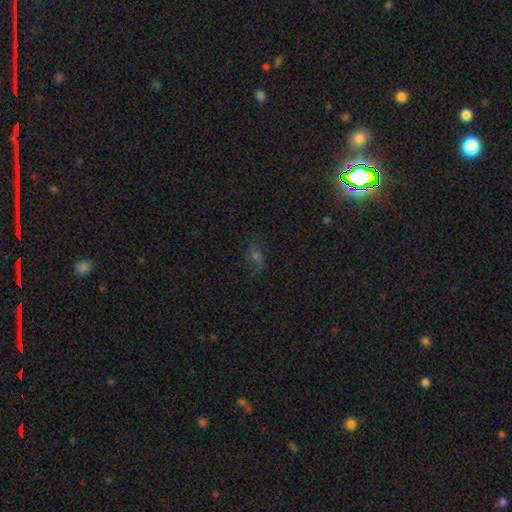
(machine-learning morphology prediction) type=star or artifact (37%).